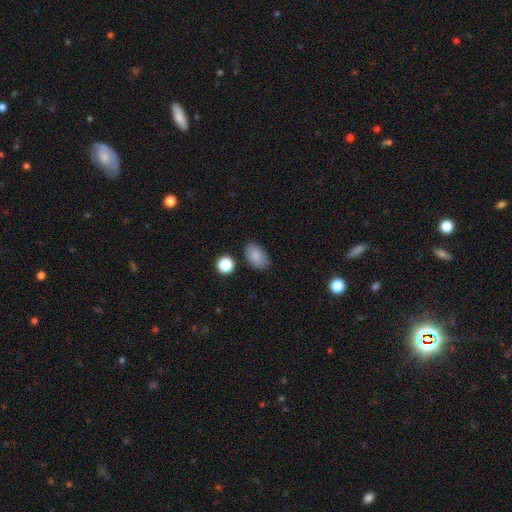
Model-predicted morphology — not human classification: Smooth or featured? Predicted: smooth (p=0.87). How rounded? Predicted: in between (p=0.91). Merging? Predicted: none (p=0.84).